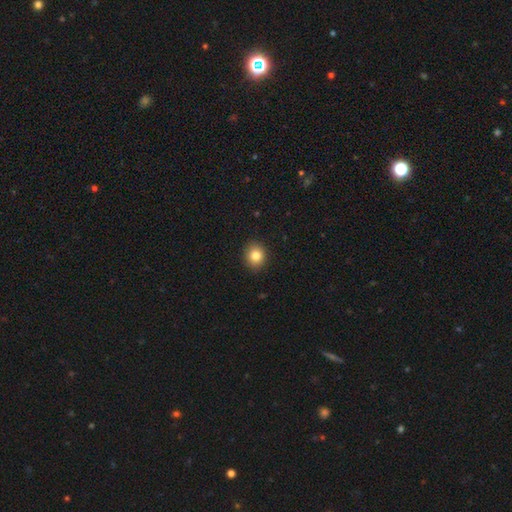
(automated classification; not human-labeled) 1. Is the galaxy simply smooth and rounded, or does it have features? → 82% smooth, 11% star or artifact, 7% featured or disk.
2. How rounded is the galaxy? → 77% round, 22% in between, 1% cigar-shaped.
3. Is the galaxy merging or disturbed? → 91% none, 6% minor disturbance, 2% major disturbance, 1% merger.